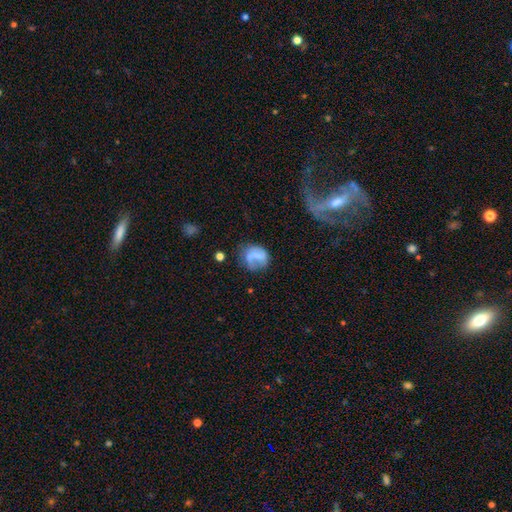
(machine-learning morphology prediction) smooth_or_featured: smooth (p=0.56) [alt: featured or disk p=0.34]
how_rounded: round (p=0.62) [alt: in between p=0.37]
merging: none (p=0.47) [alt: minor disturbance p=0.25]